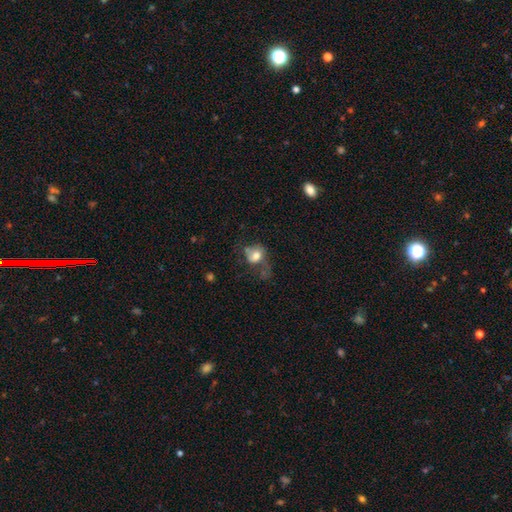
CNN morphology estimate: A smooth galaxy with no disk features (66%) that is round (52%). Merging: major disturbance (38%).